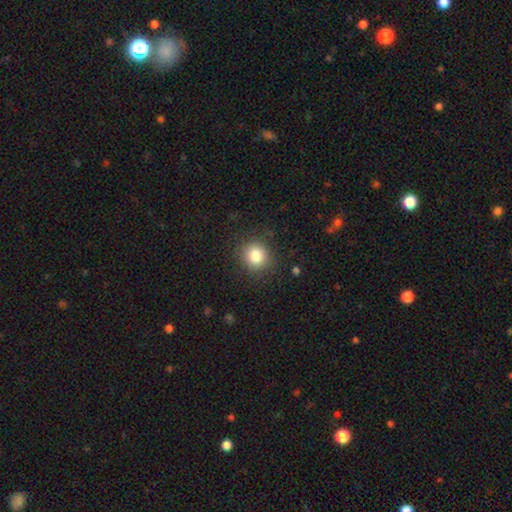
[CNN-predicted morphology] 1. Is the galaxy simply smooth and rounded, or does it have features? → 83% smooth, 11% star or artifact, 6% featured or disk.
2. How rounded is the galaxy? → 85% round, 14% in between, 1% cigar-shaped.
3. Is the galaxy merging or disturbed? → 87% none, 9% minor disturbance, 3% major disturbance, 1% merger.